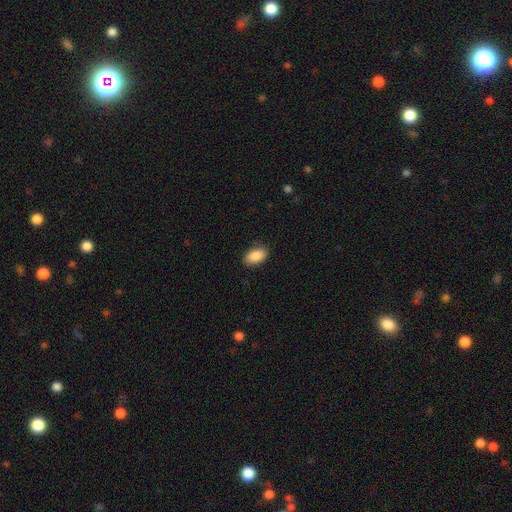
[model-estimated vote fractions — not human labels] A smooth galaxy with no disk features (89%) that is in between round and cigar-shaped (93%).

Vote fractions:
- Smooth or featured? smooth: 89% / star or artifact: 7% / featured or disk: 4%
- How rounded? in between: 93% / round: 5% / cigar-shaped: 2%
- Merging? none: 86% / minor disturbance: 11% / major disturbance: 2% / merger: 1%